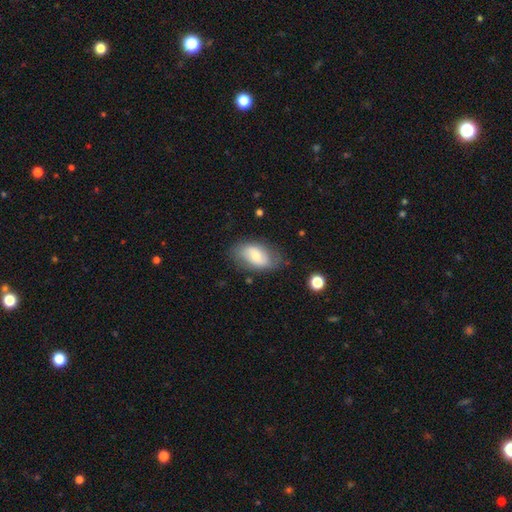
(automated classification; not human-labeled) Morphology: type=smooth (62%); roundness=in between (92%); merging=none (69%).